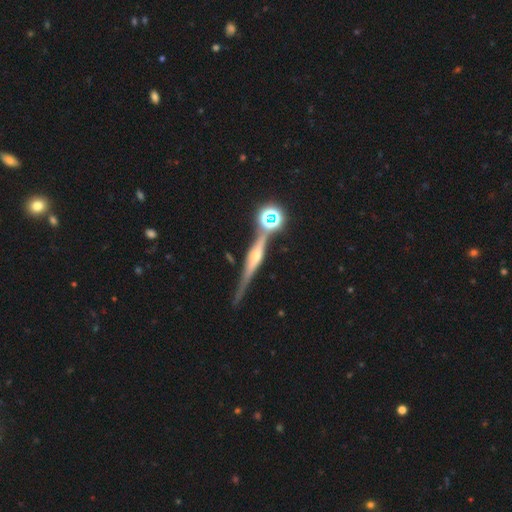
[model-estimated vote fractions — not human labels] Smooth or featured? featured or disk (76%)
Edge-on disk? yes (96%)
Edge-on bulge? rounded (83%)
Merging? none (79%)